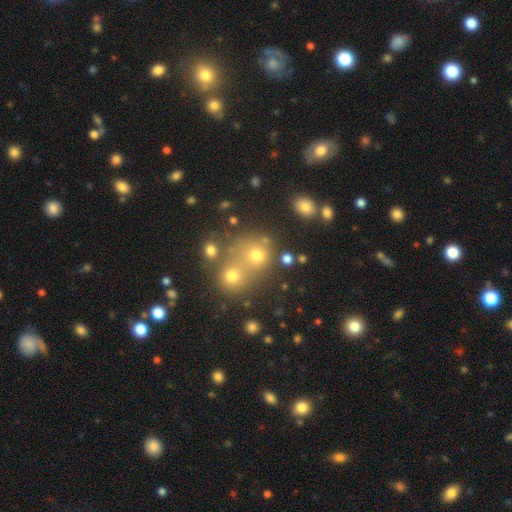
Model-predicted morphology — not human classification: Q: Smooth or featured?
A: smooth (65%); runner-up: star or artifact (22%)
Q: How rounded?
A: round (80%); runner-up: in between (19%)
Q: Merging?
A: none (46%); runner-up: merger (40%)